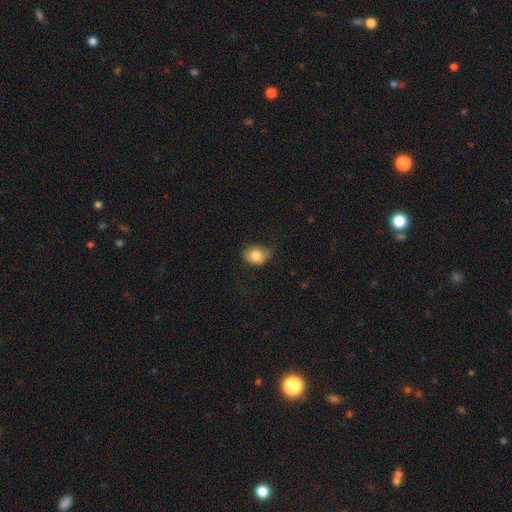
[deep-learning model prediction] This is clearly a smooth galaxy (81%). How rounded: possibly round (58%). Merging: likely none (61%).